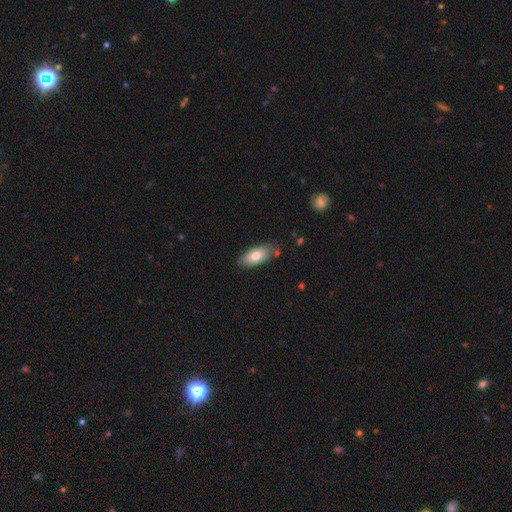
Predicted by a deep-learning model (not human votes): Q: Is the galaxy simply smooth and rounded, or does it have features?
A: smooth — 74%.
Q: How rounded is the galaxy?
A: in between — 88%.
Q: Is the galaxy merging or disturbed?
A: none — 78%.